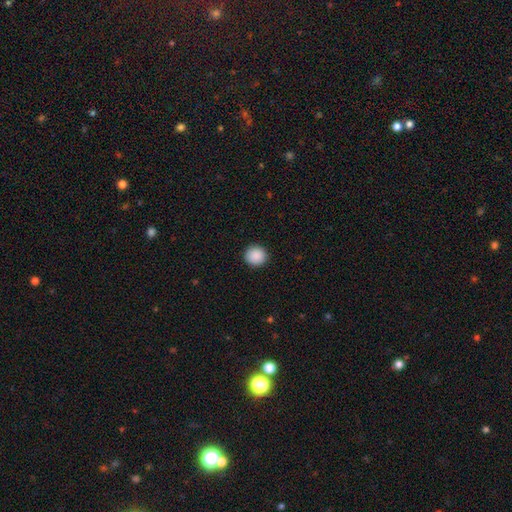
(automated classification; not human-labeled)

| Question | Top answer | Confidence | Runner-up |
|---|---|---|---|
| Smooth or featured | smooth | 90% | star or artifact (8%) |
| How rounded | round | 94% | in between (5%) |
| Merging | none | 93% | minor disturbance (5%) |